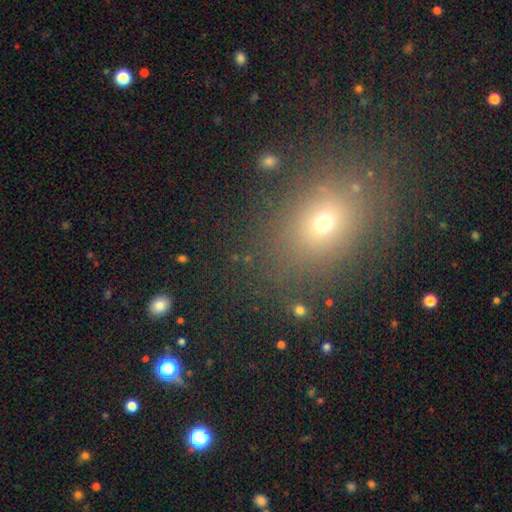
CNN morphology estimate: Smooth or featured?
  - smooth: 56% *
  - star or artifact: 34%
  - featured or disk: 10%
How rounded?
  - in between: 51% *
  - round: 47%
  - cigar-shaped: 2%
Merging?
  - none: 86% *
  - minor disturbance: 8%
  - major disturbance: 4%
  - merger: 2%